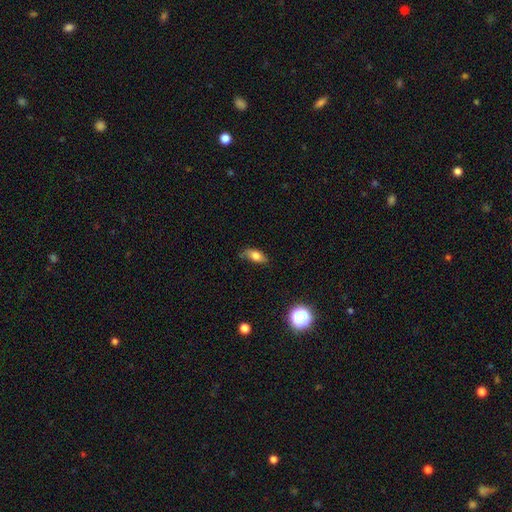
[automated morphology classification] Overall: smooth (77%). How rounded: in between (80%). Merging: none (68%).